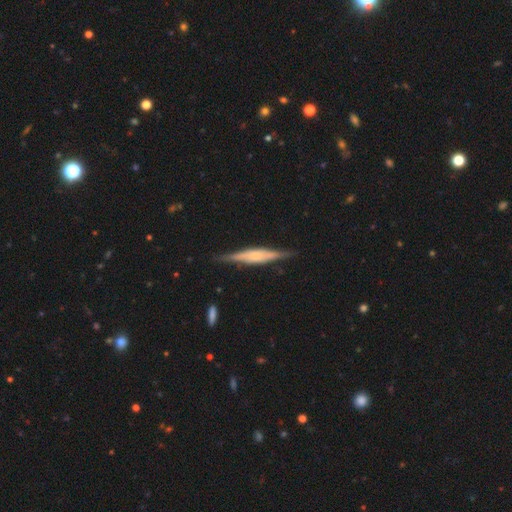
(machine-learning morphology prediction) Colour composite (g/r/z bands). It shows a featured or disk galaxy (74%) viewed edge-on (97%) with a rounded central bulge (49%). Merging: none (85%).